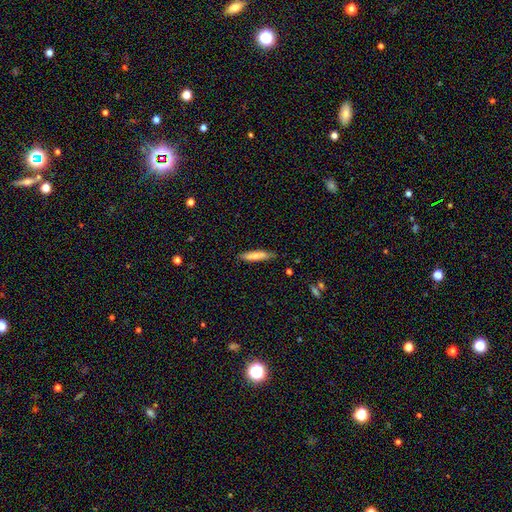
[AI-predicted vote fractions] Smooth or featured? smooth (74%)
How rounded? cigar-shaped (85%)
Merging? none (84%)